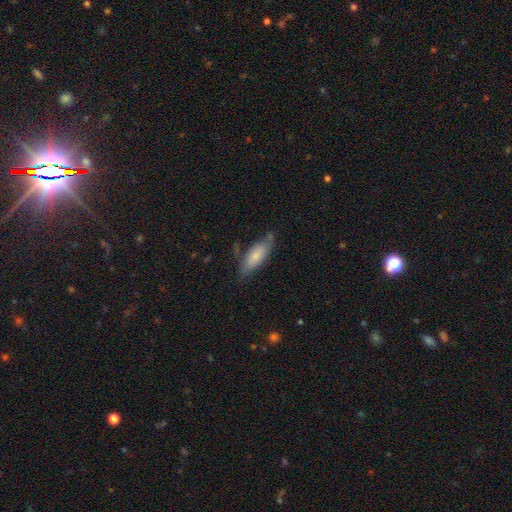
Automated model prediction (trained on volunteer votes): This is likely a smooth galaxy (72%). How rounded: likely in between (70%). Merging: likely none (61%).